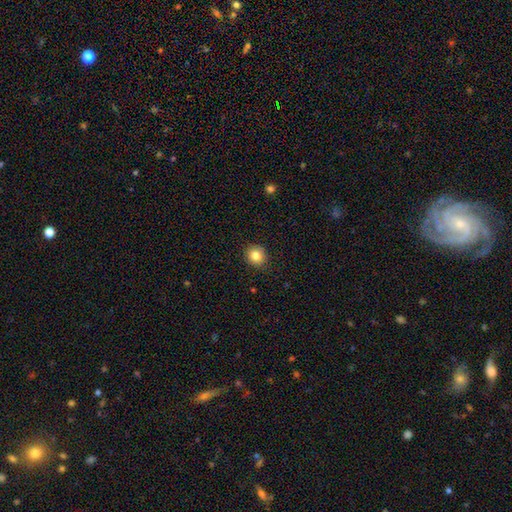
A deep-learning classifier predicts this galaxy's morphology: A smooth galaxy with no disk features (83%) that is round (78%). Merging: none (89%).